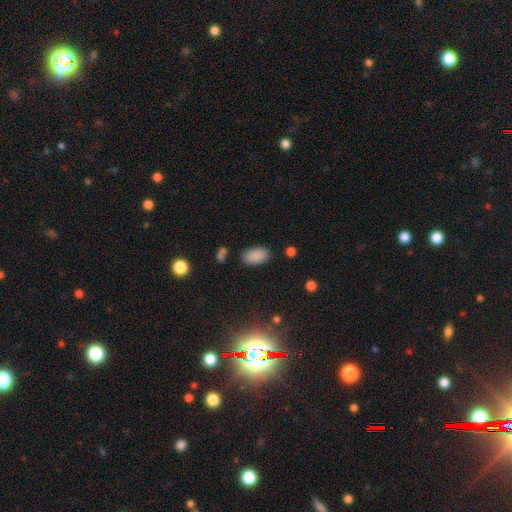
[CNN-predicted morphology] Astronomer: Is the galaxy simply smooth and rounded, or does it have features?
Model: smooth — 87%.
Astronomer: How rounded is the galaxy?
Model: in between — 94%.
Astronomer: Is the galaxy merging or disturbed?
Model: none — 84%.